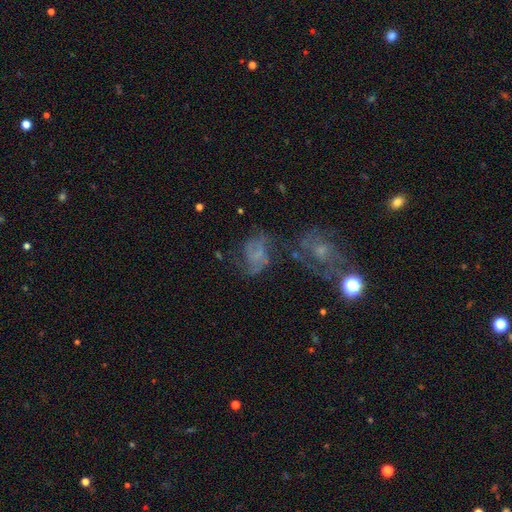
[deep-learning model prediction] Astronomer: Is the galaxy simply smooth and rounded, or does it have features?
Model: featured or disk — 51% (runner-up: smooth, 30%).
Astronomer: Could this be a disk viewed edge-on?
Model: no — 97%.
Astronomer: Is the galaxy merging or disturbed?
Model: none — 41% (runner-up: major disturbance, 26%).